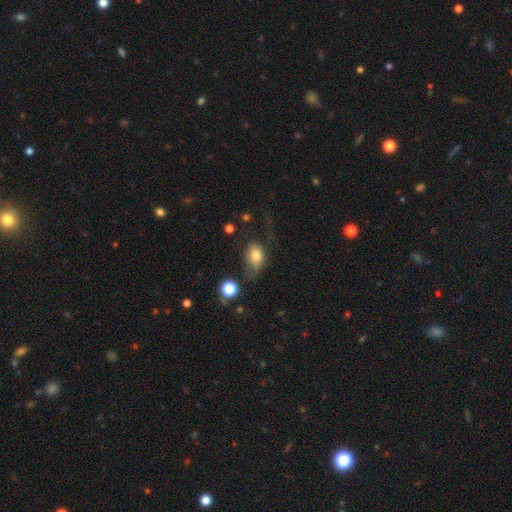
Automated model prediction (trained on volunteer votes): A smooth galaxy with no disk features (77%) that is in between round and cigar-shaped (81%). Merging: none (38%).